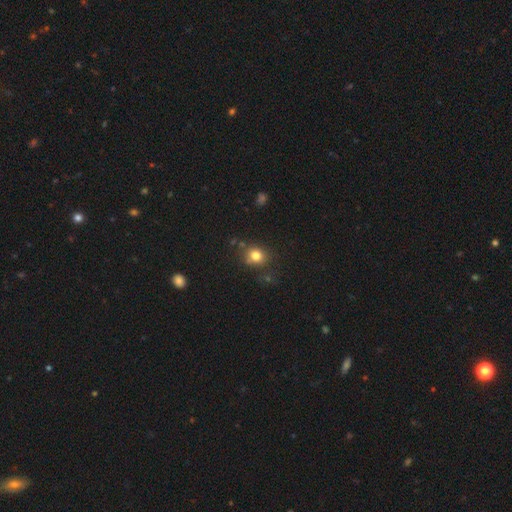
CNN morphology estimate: Smooth or featured? smooth (78%)
How rounded? round (72%)
Merging? none (74%)